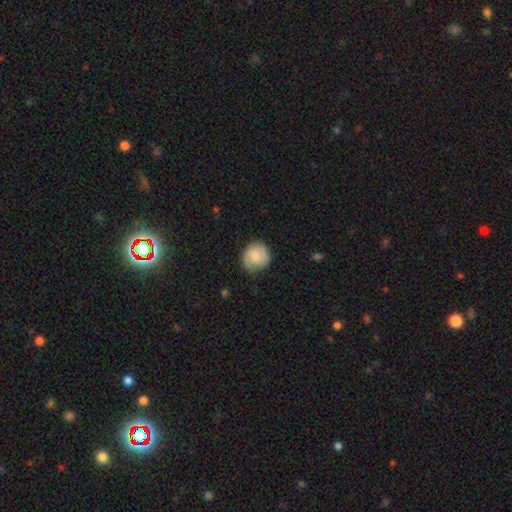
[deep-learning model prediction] smooth 69%, featured or disk 24%, star or artifact 7%. Down the decision tree: how rounded — round (86%); merging — none (73%).